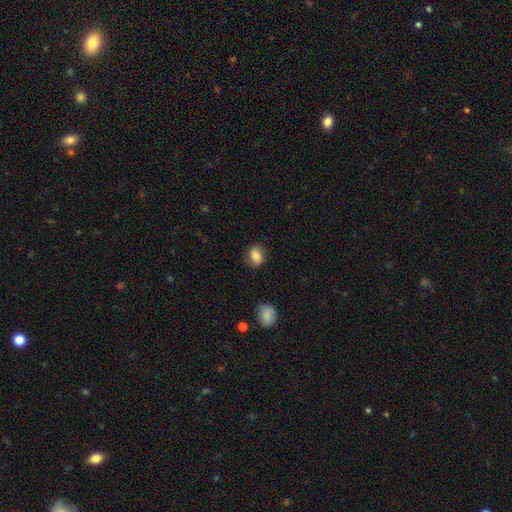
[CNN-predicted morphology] Smooth or featured? Predicted: smooth (p=0.84). How rounded? Predicted: in between (p=0.60). Merging? Predicted: none (p=0.81).